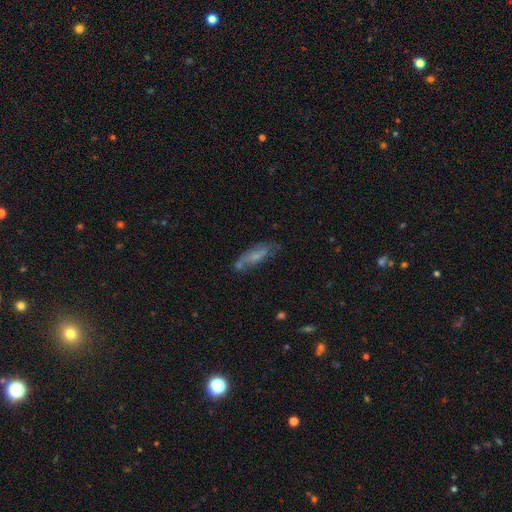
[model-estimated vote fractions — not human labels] Smooth or featured? smooth (56%)
How rounded? cigar-shaped (53%)
Merging? none (54%)